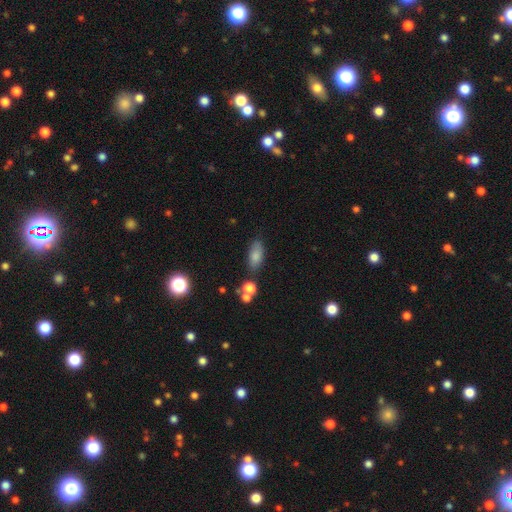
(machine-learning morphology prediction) This appears to be a smooth galaxy with no disk features (81%) that is in between round and cigar-shaped (82%). Merging: none (71%).